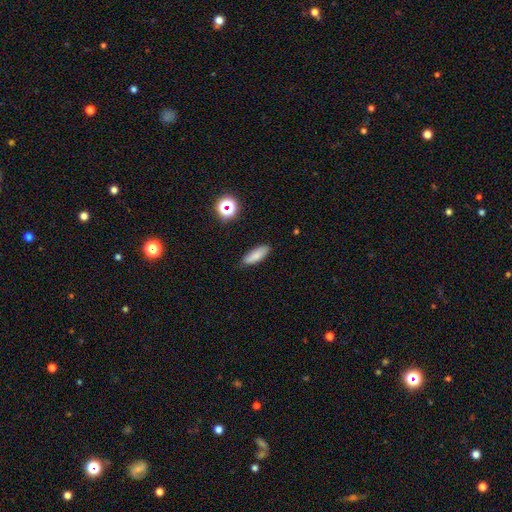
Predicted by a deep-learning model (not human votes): Smooth or featured? smooth (79%)
How rounded? in between (61%)
Merging? none (81%)